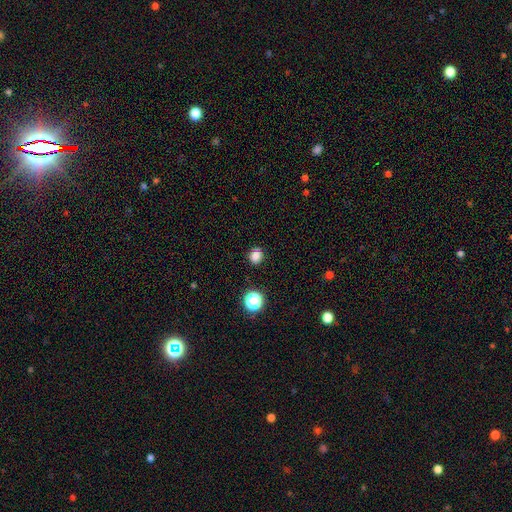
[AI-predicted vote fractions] Smooth or featured?
  - smooth: 81% *
  - star or artifact: 15%
  - featured or disk: 4%
How rounded?
  - round: 71% *
  - in between: 28%
  - cigar-shaped: 1%
Merging?
  - none: 86% *
  - minor disturbance: 9%
  - major disturbance: 3%
  - merger: 2%